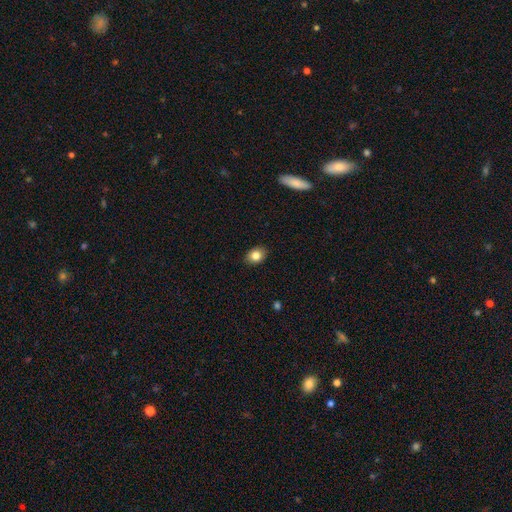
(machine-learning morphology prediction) smooth-or-featured: smooth: 83% | star or artifact: 9% | featured or disk: 8%
  how-rounded: in between: 62% | round: 37% | cigar-shaped: 1%
  merging: none: 88% | minor disturbance: 9% | major disturbance: 2% | merger: 1%